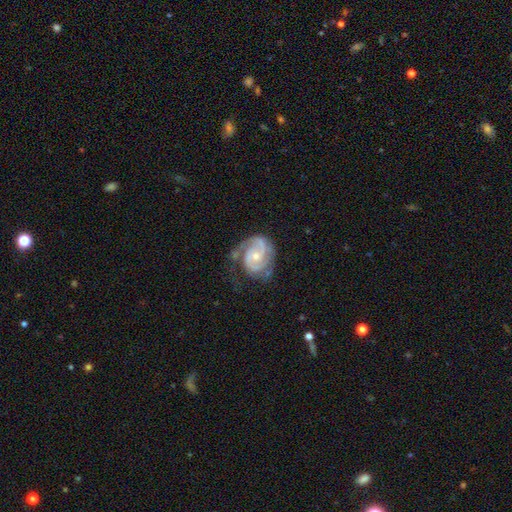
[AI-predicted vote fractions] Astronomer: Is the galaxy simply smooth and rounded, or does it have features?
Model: featured or disk — 89%.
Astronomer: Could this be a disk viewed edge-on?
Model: no — 98%.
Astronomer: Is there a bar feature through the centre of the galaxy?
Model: no — 65%.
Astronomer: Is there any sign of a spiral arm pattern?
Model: yes — 97%.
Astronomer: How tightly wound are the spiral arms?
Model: tight — 57% (runner-up: medium, 36%).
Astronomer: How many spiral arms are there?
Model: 2 — 74%.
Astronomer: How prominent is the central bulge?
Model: small — 56% (runner-up: moderate, 39%).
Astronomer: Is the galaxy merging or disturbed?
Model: none — 59%.